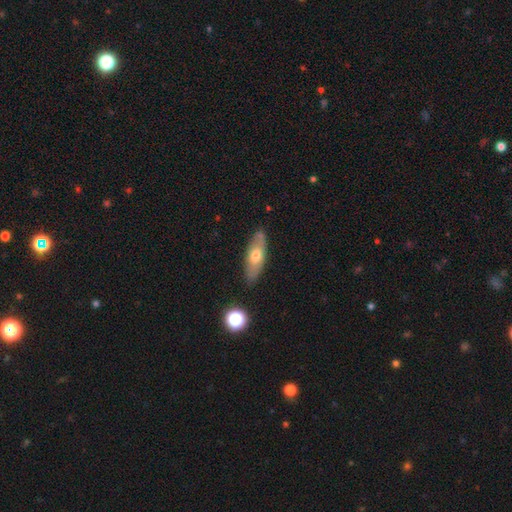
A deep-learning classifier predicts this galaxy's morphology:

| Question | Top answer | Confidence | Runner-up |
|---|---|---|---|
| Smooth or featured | smooth | 54% | featured or disk (39%) |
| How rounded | in between | 61% | cigar-shaped (36%) |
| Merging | none | 82% | minor disturbance (13%) |